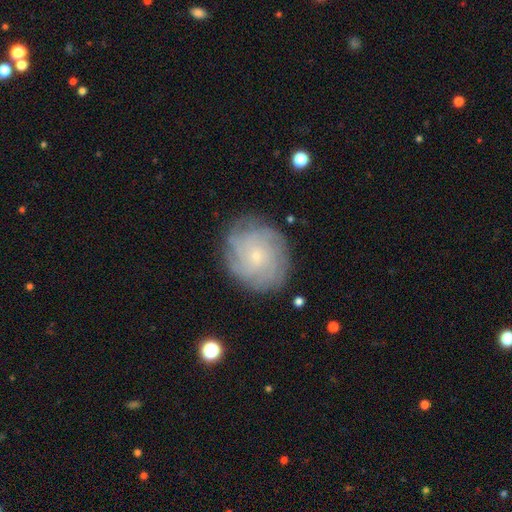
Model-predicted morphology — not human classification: This is likely a featured or disk galaxy (66%). It is clearly not viewed edge-on (97%). Bar: clearly no (82%). Spiral arm pattern: clearly yes (91%). Spiral arm count: marginally can't tell (40%). Spiral winding: likely tight (69%). Central bulge: clearly small (82%). Merging: clearly none (81%).